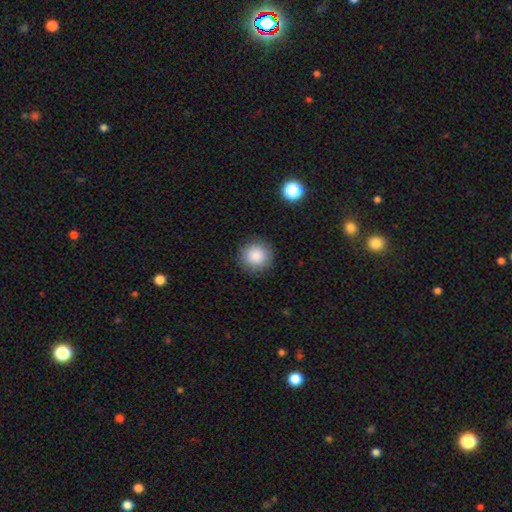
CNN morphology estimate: Smooth or featured?
  - smooth: 87% *
  - star or artifact: 9%
  - featured or disk: 4%
How rounded?
  - round: 95% *
  - in between: 4%
  - cigar-shaped: 1%
Merging?
  - none: 91% *
  - minor disturbance: 6%
  - major disturbance: 2%
  - merger: 1%